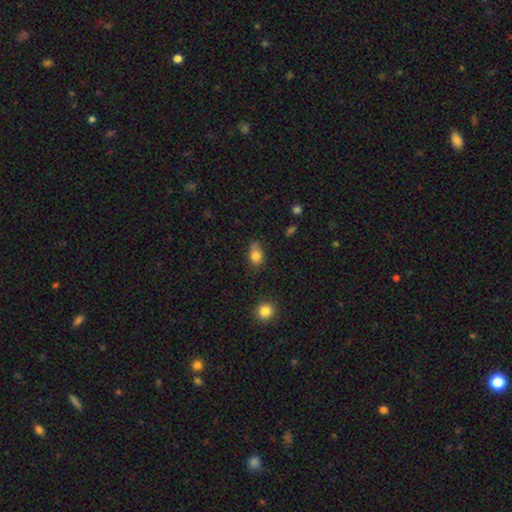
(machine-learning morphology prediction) type=smooth (81%); roundness=in between (64%); merging=none (53%).